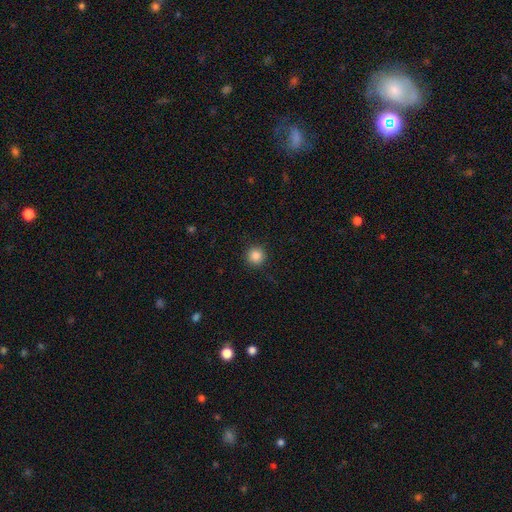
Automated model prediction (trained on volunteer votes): A smooth galaxy with no disk features (86%) that is round (95%).

Vote fractions:
- Smooth or featured? smooth: 86% / star or artifact: 10% / featured or disk: 4%
- How rounded? round: 95% / in between: 4% / cigar-shaped: 1%
- Merging? none: 92% / minor disturbance: 5% / major disturbance: 2% / merger: 1%